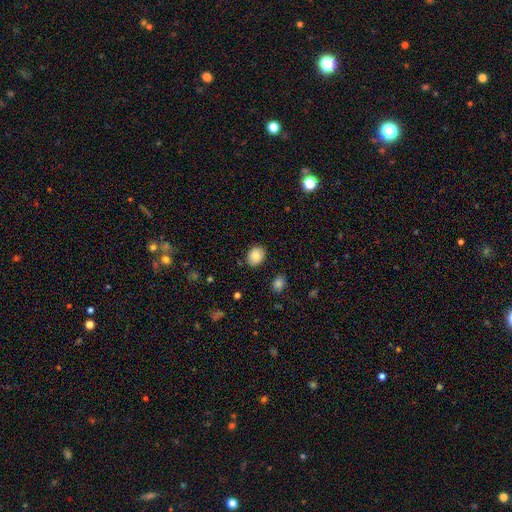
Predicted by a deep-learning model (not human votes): Smooth or featured: smooth — 85% (star or artifact — 8%)
How rounded: in between — 61% (round — 38%)
Merging: none — 85% (minor disturbance — 11%)